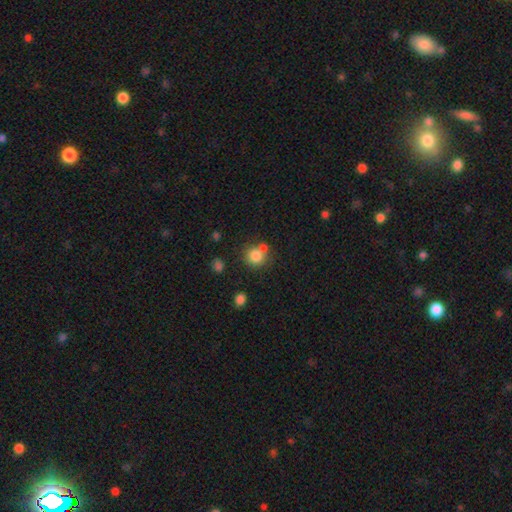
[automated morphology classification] This is clearly a smooth galaxy (81%). How rounded: clearly round (87%). Merging: possibly none (58%).